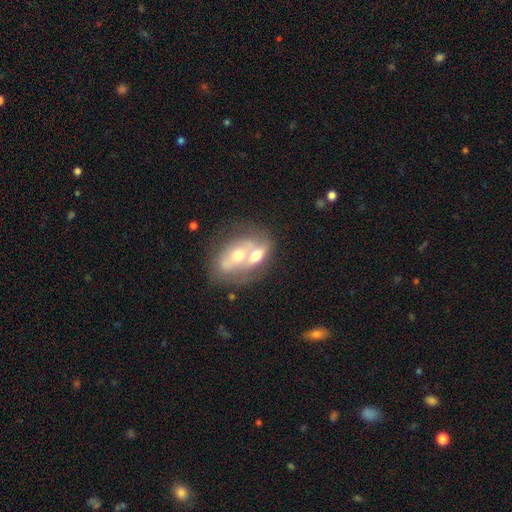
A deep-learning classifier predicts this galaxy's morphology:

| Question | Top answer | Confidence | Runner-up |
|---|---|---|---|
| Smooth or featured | featured or disk | 47% | smooth (46%) |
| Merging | merger | 72% | none (15%) |